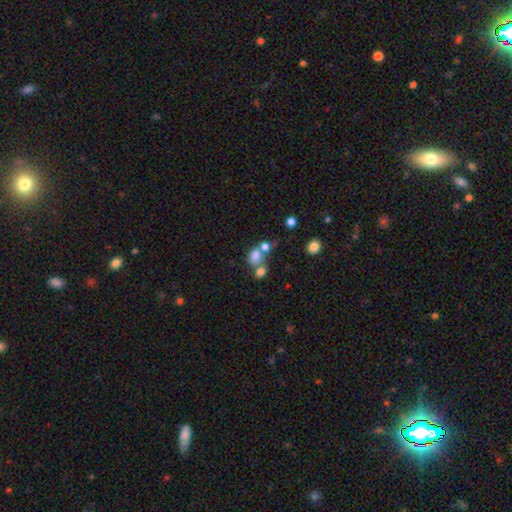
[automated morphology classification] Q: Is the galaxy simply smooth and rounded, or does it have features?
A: smooth — 74%.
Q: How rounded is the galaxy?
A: in between — 60%.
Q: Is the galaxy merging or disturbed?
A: merger — 49%.